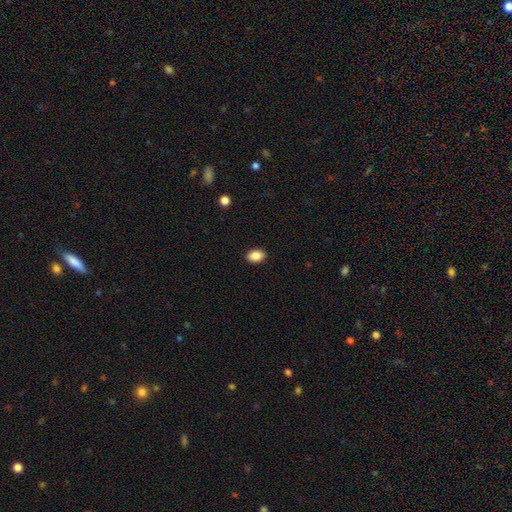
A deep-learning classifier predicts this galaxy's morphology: This is clearly a smooth galaxy (88%). How rounded: likely in between (77%). Merging: clearly none (91%).